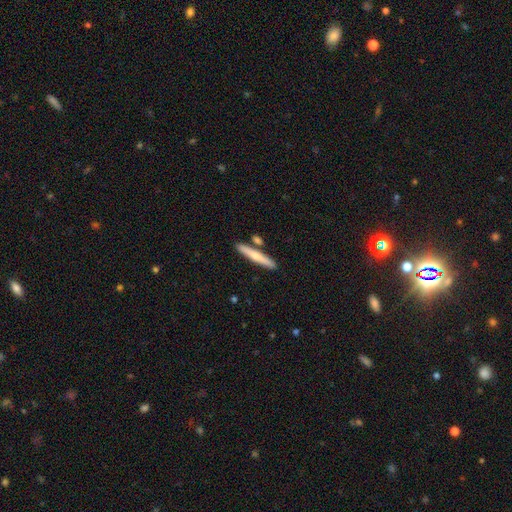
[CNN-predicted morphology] type=smooth (64%); roundness=cigar-shaped (93%); merging=none (82%).